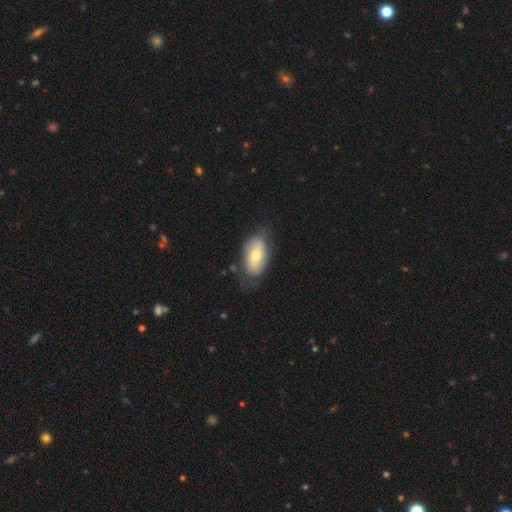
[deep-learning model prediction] This is likely a smooth galaxy (65%). How rounded: clearly in between (92%). Merging: likely none (67%).